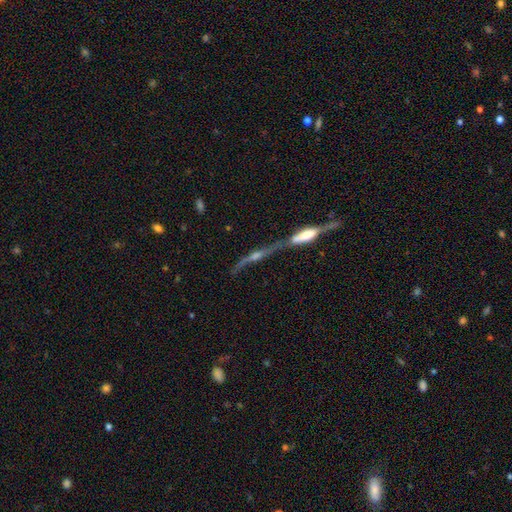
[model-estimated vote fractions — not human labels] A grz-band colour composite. It shows a featured or disk galaxy (75%) viewed edge-on (75%) with a rounded central bulge (74%). Merging: merger (58%).